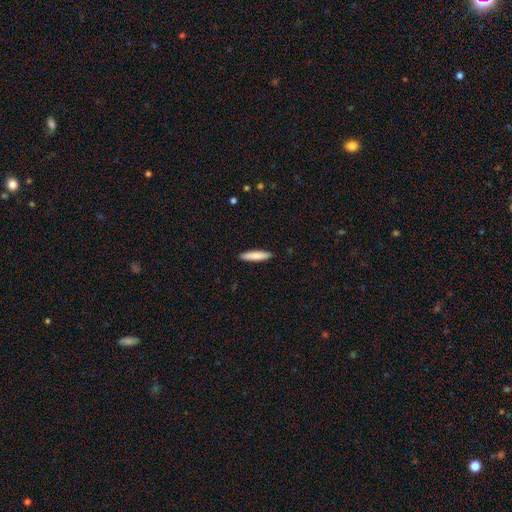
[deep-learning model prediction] A smooth galaxy with no disk features (84%) that is cigar-shaped (84%). Merging: none (91%).